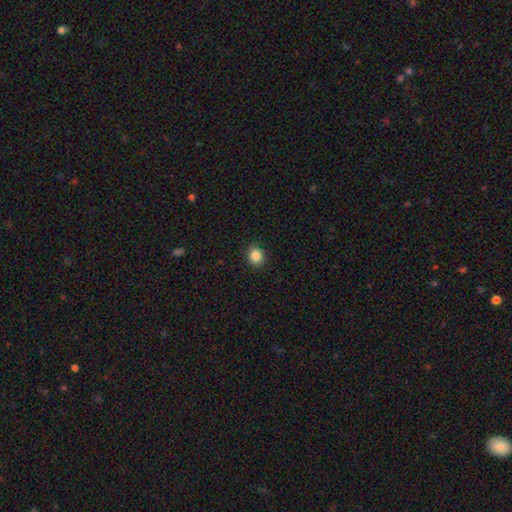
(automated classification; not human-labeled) A smooth galaxy with no disk features (86%) that is round (71%). Merging: none (90%).